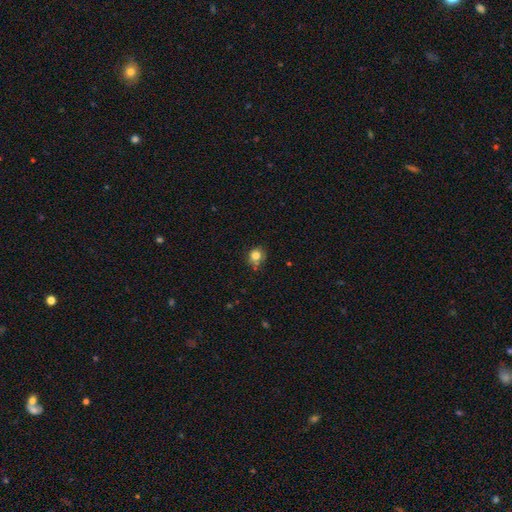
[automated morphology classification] Smooth or featured? Predicted: smooth (p=0.80). How rounded? Predicted: round (p=0.80). Merging? Predicted: none (p=0.64).